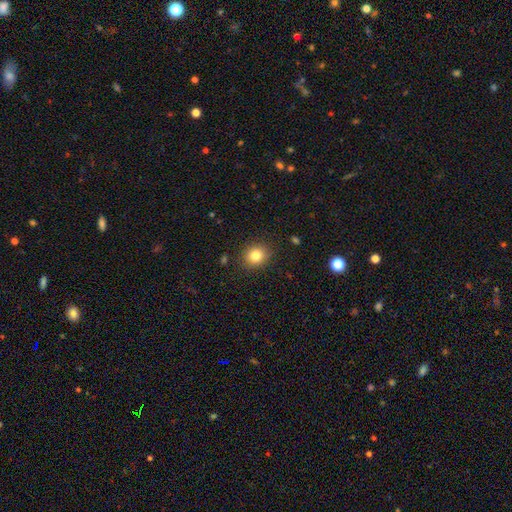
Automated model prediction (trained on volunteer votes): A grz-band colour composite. It shows a smooth galaxy with no disk features (82%) that is round (75%). Merging: none (88%).